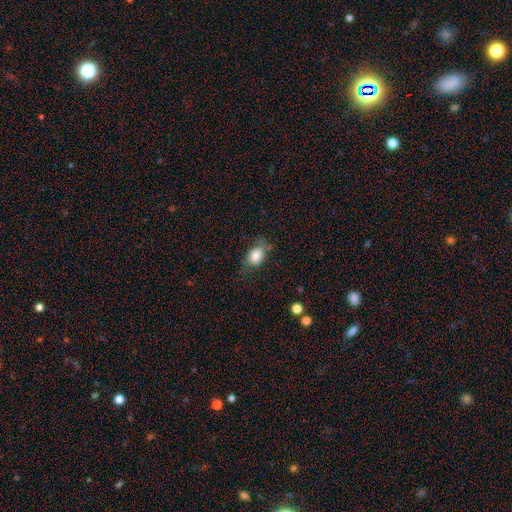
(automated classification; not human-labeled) smooth_or_featured: smooth (p=0.82) [alt: featured or disk p=0.09]
how_rounded: in between (p=0.78) [alt: round p=0.20]
merging: none (p=0.61) [alt: minor disturbance p=0.27]